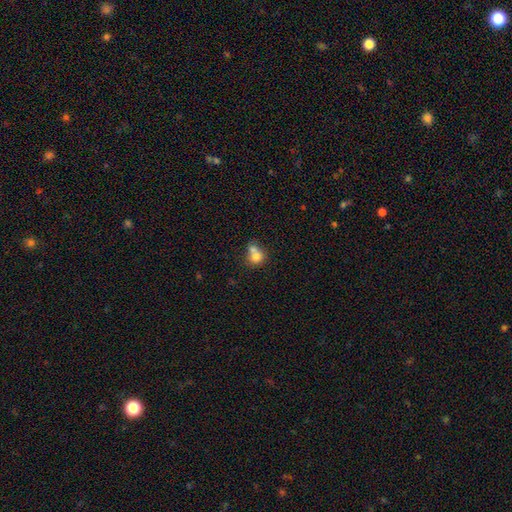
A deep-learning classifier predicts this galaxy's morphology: smooth 74%, featured or disk 15%, star or artifact 11%. Down the decision tree: how rounded — round (72%); merging — merger (58%).